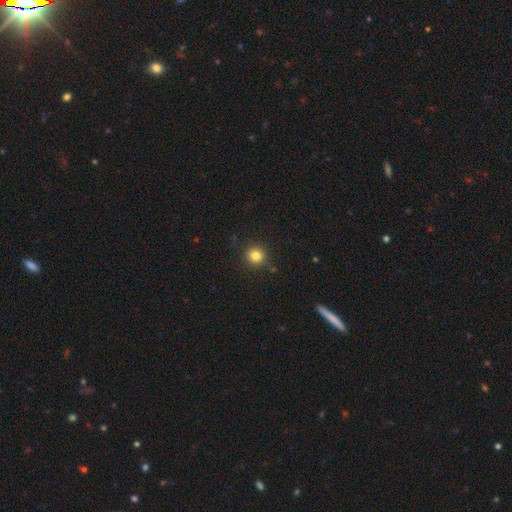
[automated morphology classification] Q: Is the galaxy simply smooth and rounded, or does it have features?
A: smooth — 83%.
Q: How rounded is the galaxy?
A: round — 92%.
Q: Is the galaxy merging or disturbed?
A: none — 89%.